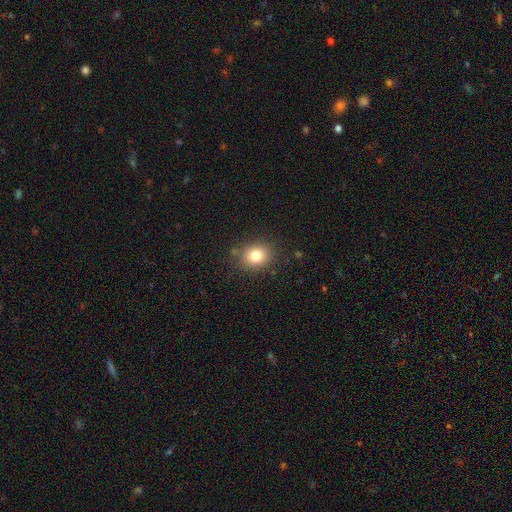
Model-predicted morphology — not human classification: smooth_or_featured: smooth (p=0.81) [alt: star or artifact p=0.11]
how_rounded: round (p=0.60) [alt: in between p=0.39]
merging: none (p=0.83) [alt: minor disturbance p=0.11]